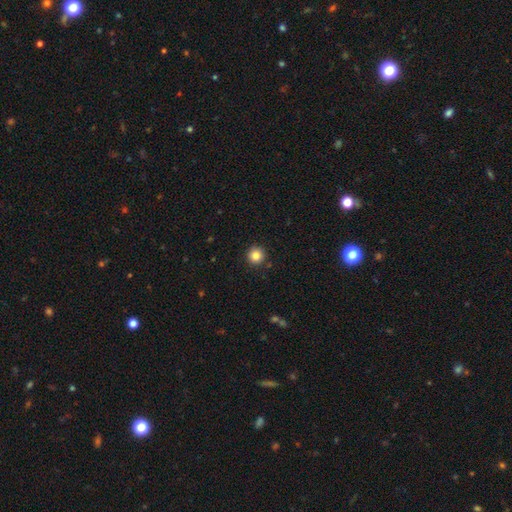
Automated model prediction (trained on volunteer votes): Smooth or featured? smooth (84%)
How rounded? round (95%)
Merging? none (91%)